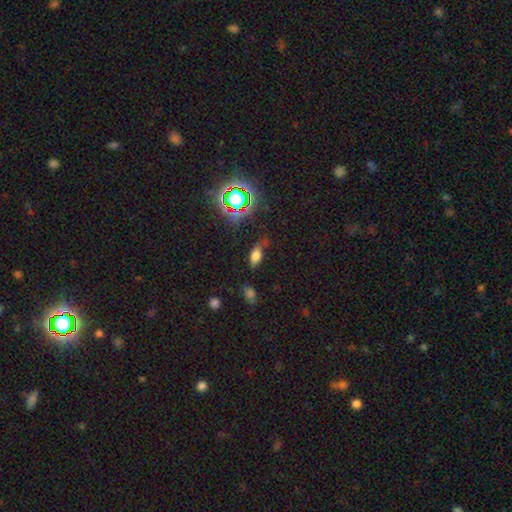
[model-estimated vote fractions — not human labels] This is likely a smooth galaxy (68%). How rounded: clearly in between (83%). Merging: likely none (64%).